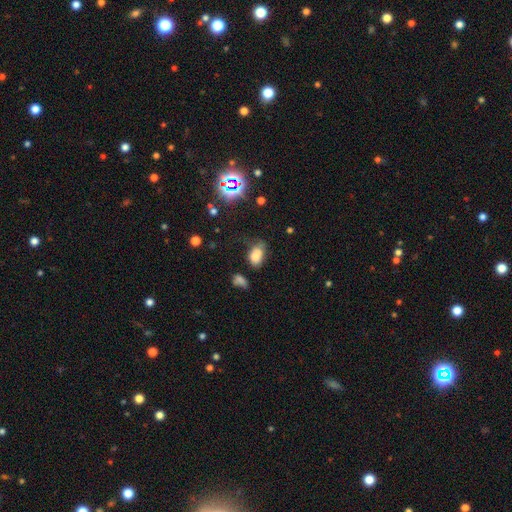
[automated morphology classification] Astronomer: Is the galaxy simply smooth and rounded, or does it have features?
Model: smooth — 69%.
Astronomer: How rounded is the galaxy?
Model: in between — 83%.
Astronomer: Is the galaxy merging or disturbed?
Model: none — 36% (runner-up: minor disturbance, 31%).